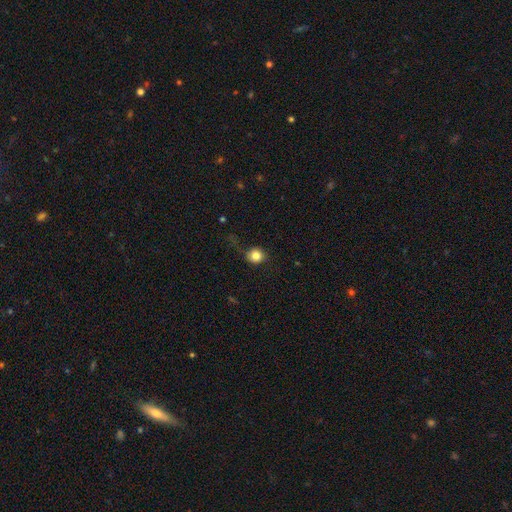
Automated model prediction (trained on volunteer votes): Smooth or featured? smooth (84%)
How rounded? round (87%)
Merging? none (72%)